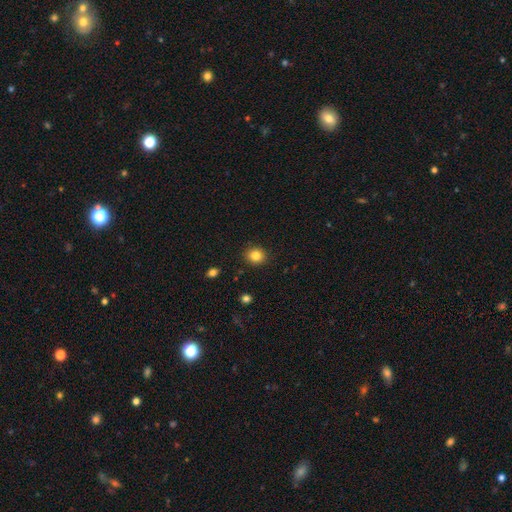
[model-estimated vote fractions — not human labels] smooth-or-featured: smooth: 83% | star or artifact: 11% | featured or disk: 6%
  how-rounded: round: 78% | in between: 21% | cigar-shaped: 1%
  merging: none: 90% | minor disturbance: 7% | major disturbance: 2% | merger: 1%